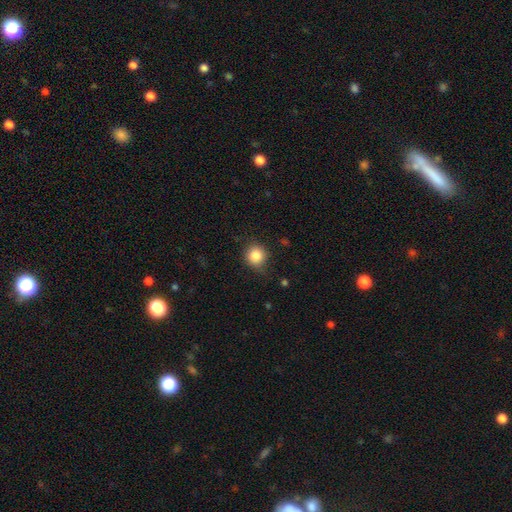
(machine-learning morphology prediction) smooth_or_featured: smooth (p=0.85) [alt: star or artifact p=0.10]
how_rounded: round (p=0.89) [alt: in between p=0.10]
merging: none (p=0.80) [alt: minor disturbance p=0.16]